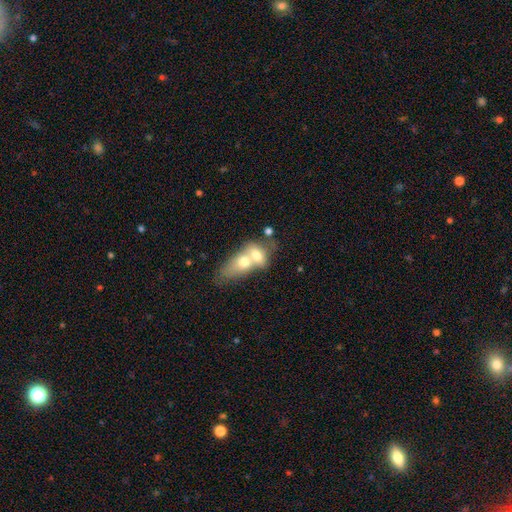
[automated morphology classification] This appears to be a smooth galaxy with no disk features (65%) that is in between round and cigar-shaped (74%). Merging: merger (79%).